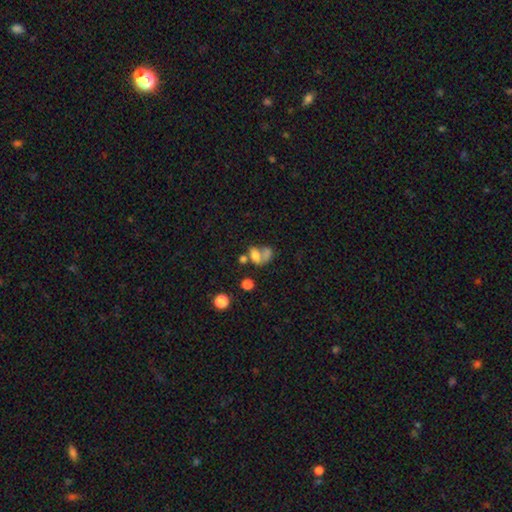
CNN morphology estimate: Smooth or featured? smooth (65%)
How rounded? in between (74%)
Merging? merger (51%)